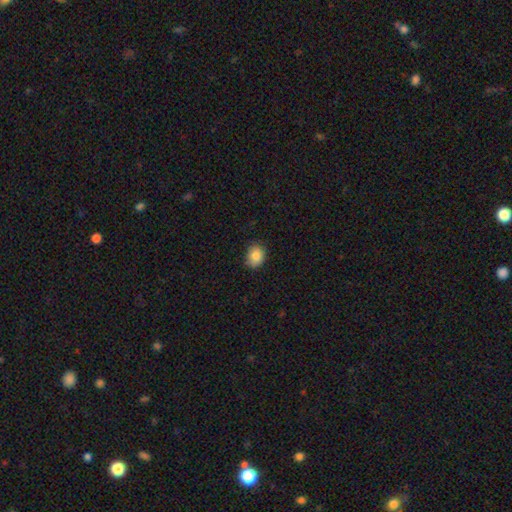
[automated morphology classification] The model was most divided on "how rounded": in between: 50%, round: 49%, cigar-shaped: 1%. More confident: smooth or featured — smooth (85%); merging — none (79%).